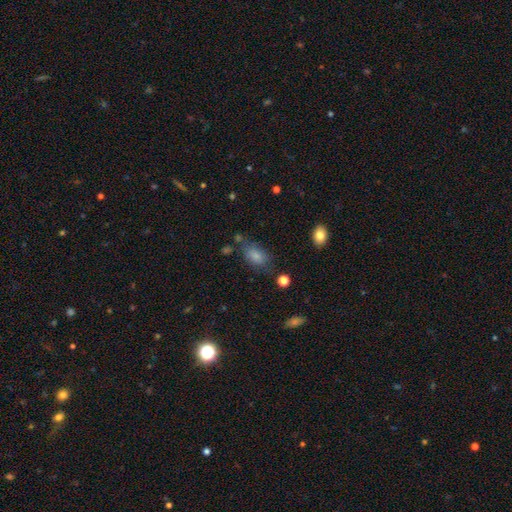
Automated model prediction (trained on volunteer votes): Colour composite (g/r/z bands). It shows a smooth galaxy with no disk features (81%) that is in between round and cigar-shaped (86%). Merging: none (60%).